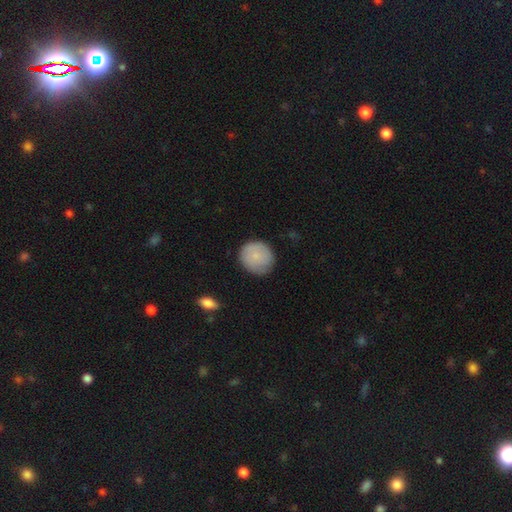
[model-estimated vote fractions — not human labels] Smooth or featured? smooth (79%)
How rounded? round (86%)
Merging? none (80%)